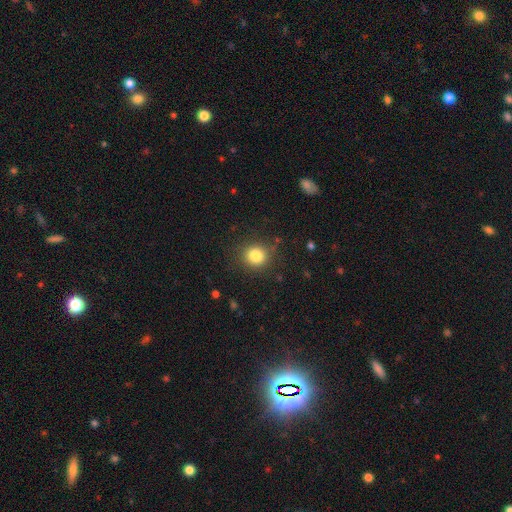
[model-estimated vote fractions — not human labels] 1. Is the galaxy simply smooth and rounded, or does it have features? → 82% smooth, 12% star or artifact, 6% featured or disk.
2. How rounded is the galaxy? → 86% round, 13% in between, 1% cigar-shaped.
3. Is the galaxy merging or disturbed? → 87% none, 9% minor disturbance, 3% major disturbance, 1% merger.